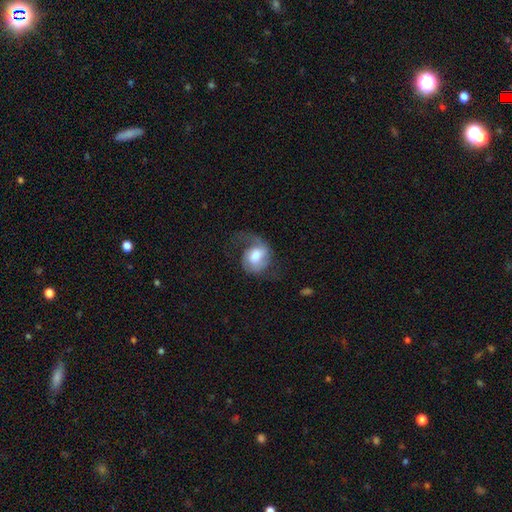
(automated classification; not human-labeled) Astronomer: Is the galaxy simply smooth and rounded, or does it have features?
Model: featured or disk — 52% (runner-up: smooth, 41%).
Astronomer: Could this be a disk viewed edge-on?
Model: no — 97%.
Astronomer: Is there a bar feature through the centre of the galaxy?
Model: no — 47% (runner-up: weak, 40%).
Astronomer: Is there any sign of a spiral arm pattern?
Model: yes — 85%.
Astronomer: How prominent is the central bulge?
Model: moderate — 47% (runner-up: large, 33%).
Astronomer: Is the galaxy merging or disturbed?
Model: none — 40% (runner-up: major disturbance, 37%).